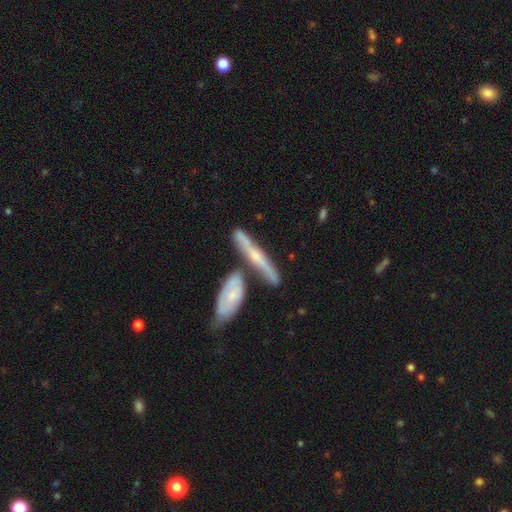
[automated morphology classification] A featured or disk galaxy (68%) viewed edge-on (84%) with a rounded central bulge (71%). Merging: none (56%).